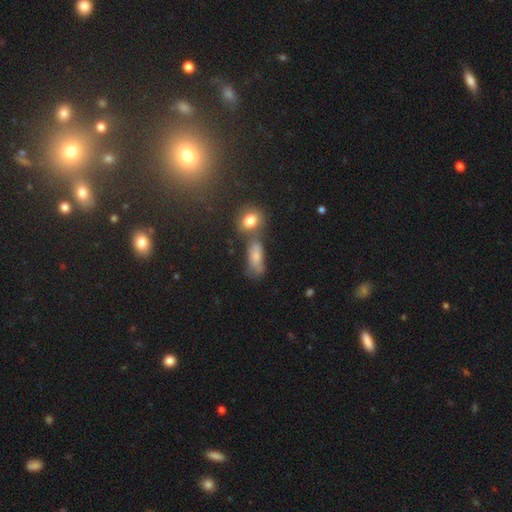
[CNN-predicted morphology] smooth_or_featured: smooth (p=0.68) [alt: featured or disk p=0.18]
how_rounded: in between (p=0.68) [alt: cigar-shaped p=0.20]
merging: none (p=0.43) [alt: merger p=0.30]